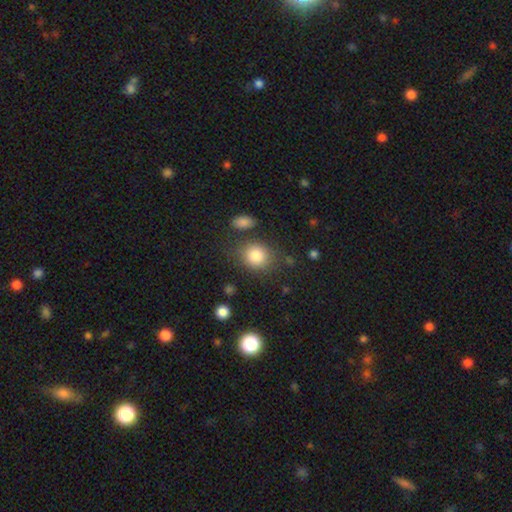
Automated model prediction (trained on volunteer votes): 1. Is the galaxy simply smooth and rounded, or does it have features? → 83% smooth, 9% star or artifact, 7% featured or disk.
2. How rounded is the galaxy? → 66% round, 33% in between, 1% cigar-shaped.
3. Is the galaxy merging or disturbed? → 75% none, 13% minor disturbance, 7% merger, 5% major disturbance.